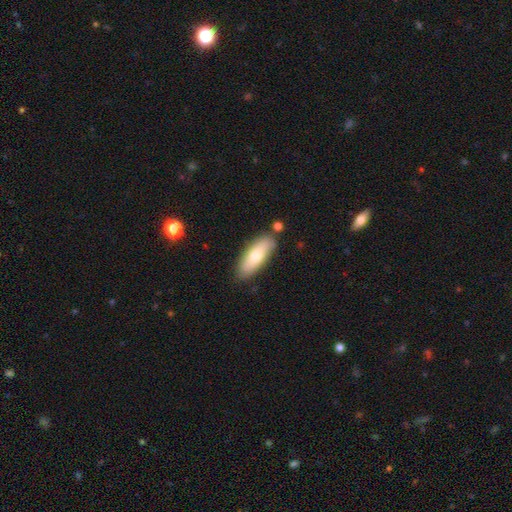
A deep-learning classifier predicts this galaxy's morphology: A smooth galaxy with no disk features (72%) that is in between round and cigar-shaped (67%). Merging: none (79%).